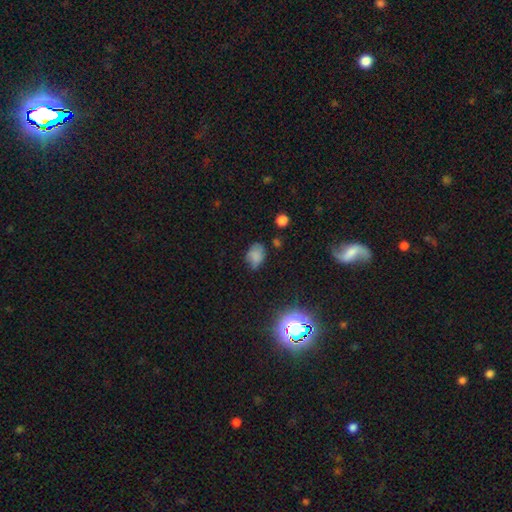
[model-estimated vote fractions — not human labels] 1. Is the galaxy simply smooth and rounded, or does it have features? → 74% smooth, 15% star or artifact, 11% featured or disk.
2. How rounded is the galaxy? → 77% in between, 22% round, 1% cigar-shaped.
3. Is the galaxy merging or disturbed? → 60% none, 29% minor disturbance, 8% major disturbance, 3% merger.